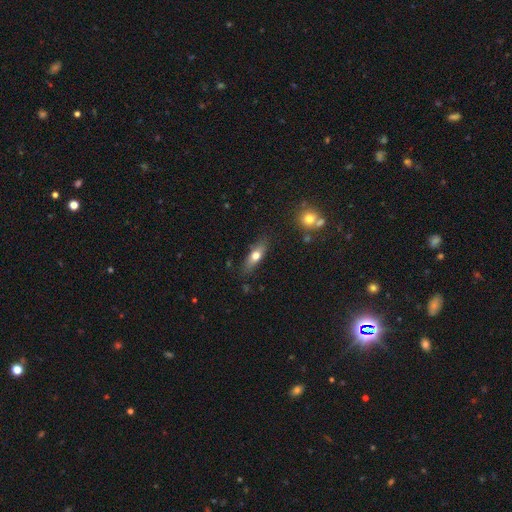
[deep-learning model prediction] Q: Smooth or featured?
A: smooth (64%); runner-up: featured or disk (29%)
Q: How rounded?
A: in between (56%); runner-up: cigar-shaped (40%)
Q: Merging?
A: none (80%); runner-up: minor disturbance (14%)